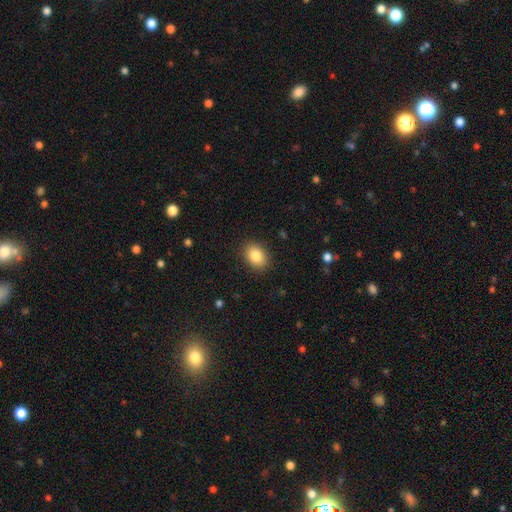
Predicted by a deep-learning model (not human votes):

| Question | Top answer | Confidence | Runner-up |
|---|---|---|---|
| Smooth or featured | smooth | 85% | star or artifact (8%) |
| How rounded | in between | 73% | round (26%) |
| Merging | none | 88% | minor disturbance (9%) |